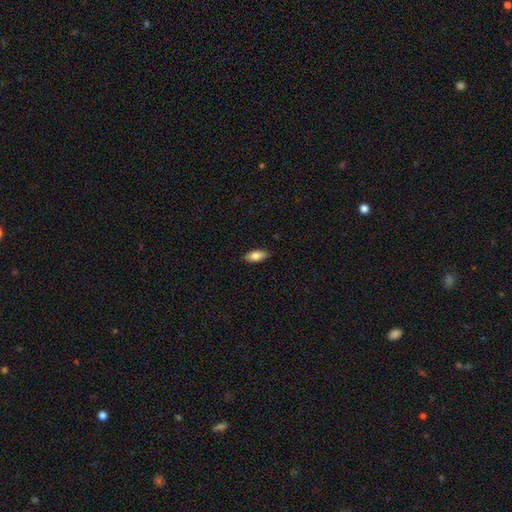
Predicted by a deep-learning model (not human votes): Morphology: type=smooth (82%); roundness=in between (85%); merging=none (88%).